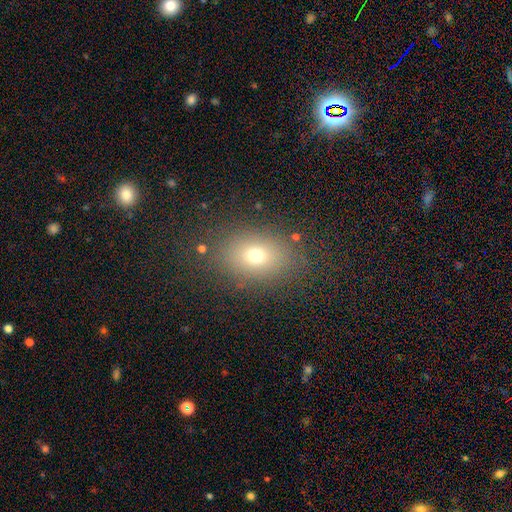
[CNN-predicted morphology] Smooth or featured: smooth — 70% (star or artifact — 17%)
How rounded: in between — 63% (round — 35%)
Merging: none — 83% (minor disturbance — 10%)